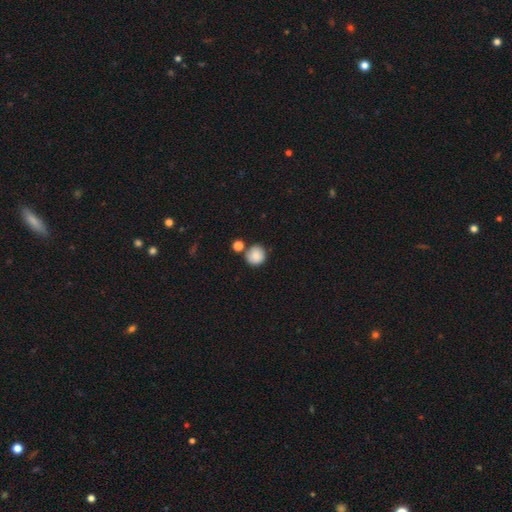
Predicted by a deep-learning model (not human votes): Overall: smooth (85%). How rounded: round (93%). Merging: none (72%).